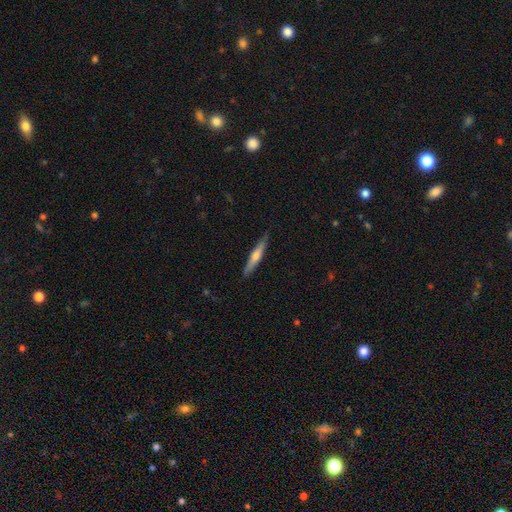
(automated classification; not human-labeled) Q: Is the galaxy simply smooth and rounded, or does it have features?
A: smooth — 51%.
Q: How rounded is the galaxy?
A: cigar-shaped — 92%.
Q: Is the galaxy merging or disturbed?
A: none — 85%.